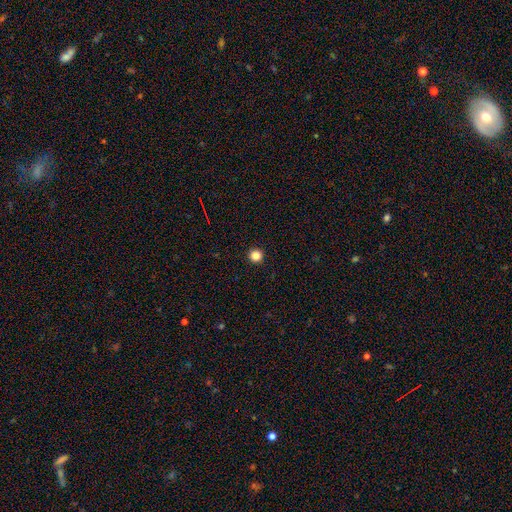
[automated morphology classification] This is clearly a smooth galaxy (85%). How rounded: clearly round (96%). Merging: clearly none (94%).